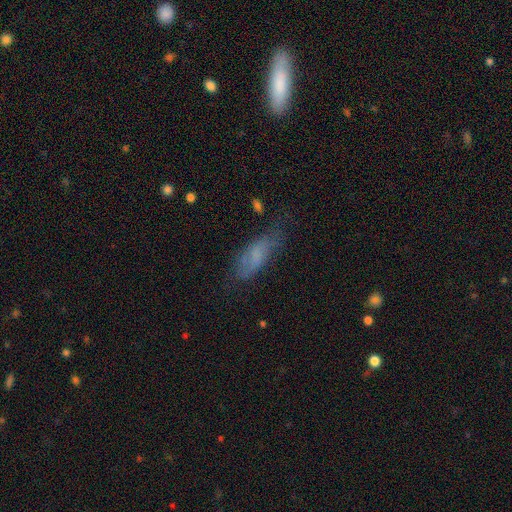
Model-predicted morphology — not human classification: smooth_or_featured: smooth (p=0.63) [alt: featured or disk p=0.27]
how_rounded: in between (p=0.65) [alt: cigar-shaped p=0.32]
merging: none (p=0.53) [alt: minor disturbance p=0.28]